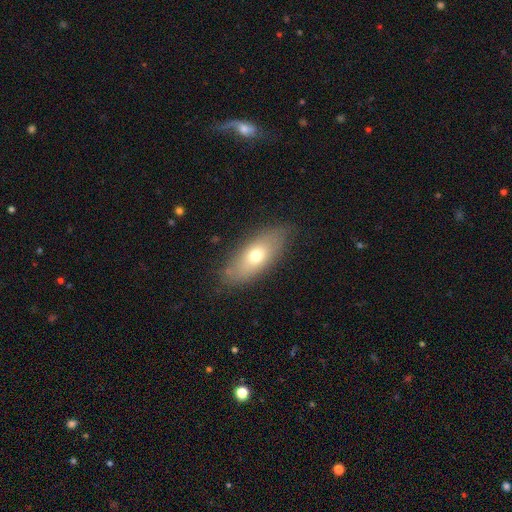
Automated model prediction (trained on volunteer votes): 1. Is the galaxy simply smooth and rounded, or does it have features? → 65% smooth, 27% featured or disk, 8% star or artifact.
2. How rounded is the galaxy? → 78% in between, 17% cigar-shaped, 4% round.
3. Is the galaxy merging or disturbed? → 81% none, 14% minor disturbance, 4% major disturbance, 1% merger.